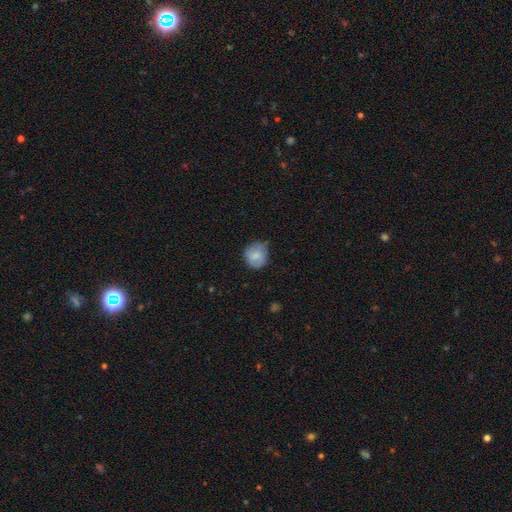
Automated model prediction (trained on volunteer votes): smooth 78%, featured or disk 15%, star or artifact 7%. Down the decision tree: how rounded — round (76%); merging — none (65%).